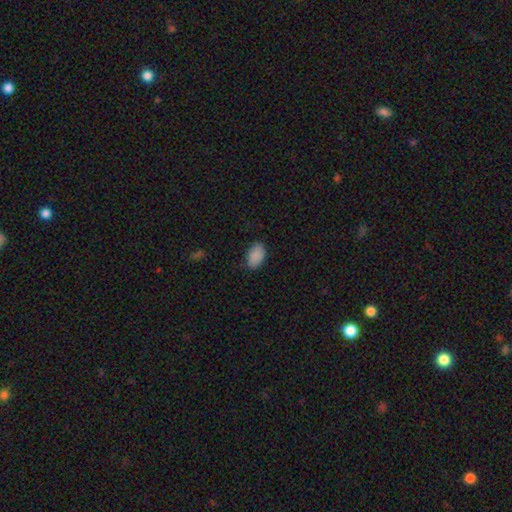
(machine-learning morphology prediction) A smooth galaxy with no disk features (90%) that is in between round and cigar-shaped (91%).

Vote fractions:
- Smooth or featured? smooth: 90% / star or artifact: 7% / featured or disk: 3%
- How rounded? in between: 91% / round: 8% / cigar-shaped: 1%
- Merging? none: 84% / minor disturbance: 13% / major disturbance: 3% / merger: 1%